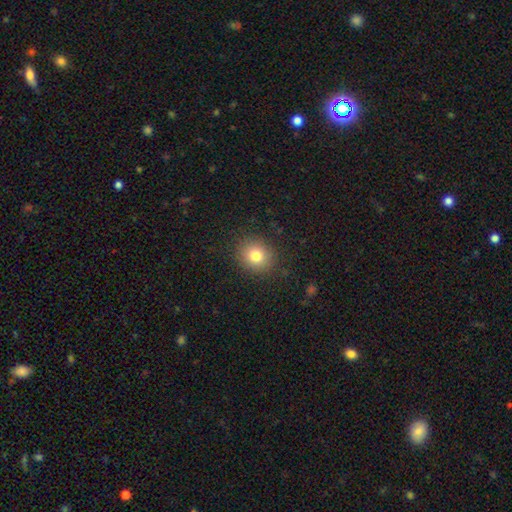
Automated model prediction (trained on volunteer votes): smooth-or-featured: smooth: 80% | star or artifact: 12% | featured or disk: 8%
  how-rounded: round: 78% | in between: 21% | cigar-shaped: 1%
  merging: none: 88% | minor disturbance: 8% | major disturbance: 3% | merger: 1%